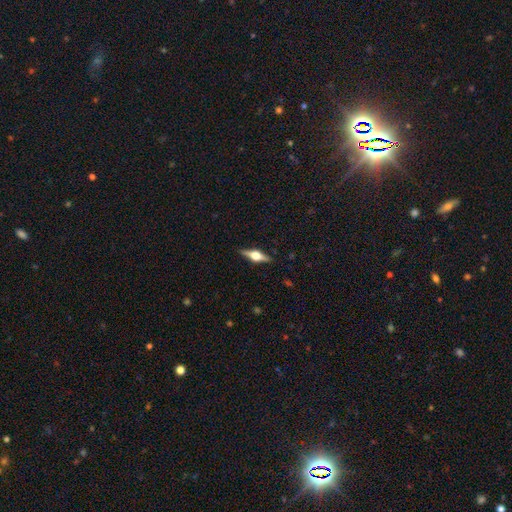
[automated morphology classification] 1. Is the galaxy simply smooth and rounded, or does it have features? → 75% featured or disk, 19% smooth, 6% star or artifact.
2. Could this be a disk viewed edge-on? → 98% yes, 2% no.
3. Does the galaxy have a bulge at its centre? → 94% rounded, 5% boxy, 1% none.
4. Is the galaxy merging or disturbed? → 89% none, 8% minor disturbance, 2% major disturbance, 1% merger.